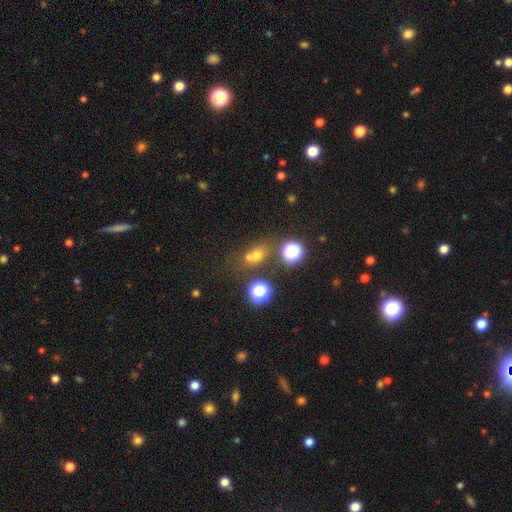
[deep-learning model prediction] The model was most divided on "merging": none: 50%, merger: 32%, minor disturbance: 11%, major disturbance: 7%. More confident: how rounded — round (58%); smooth or featured — smooth (56%).